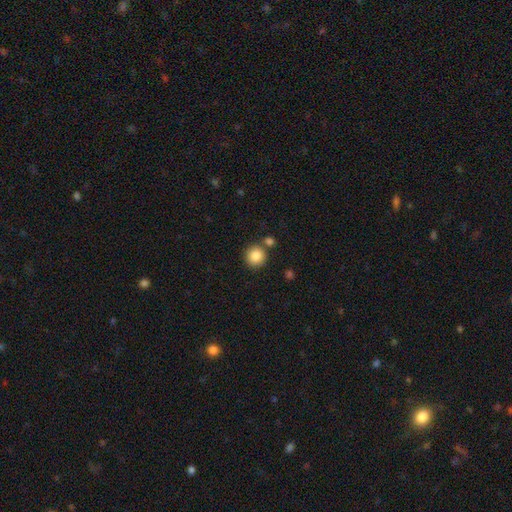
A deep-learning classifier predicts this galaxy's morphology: Overall: smooth (87%). How rounded: round (93%). Merging: none (76%).